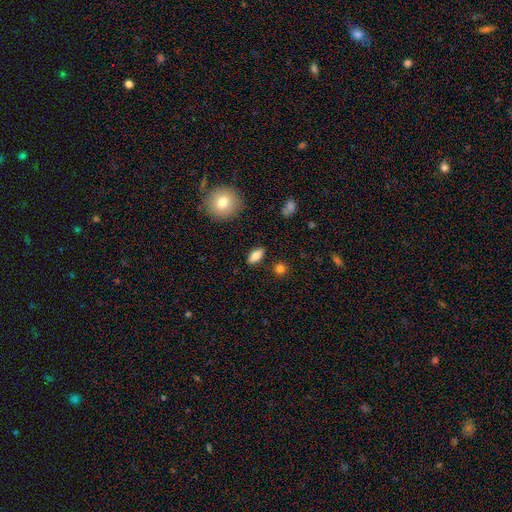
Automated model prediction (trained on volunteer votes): Smooth or featured? Predicted: smooth (p=0.78). How rounded? Predicted: in between (p=0.82). Merging? Predicted: none (p=0.87).